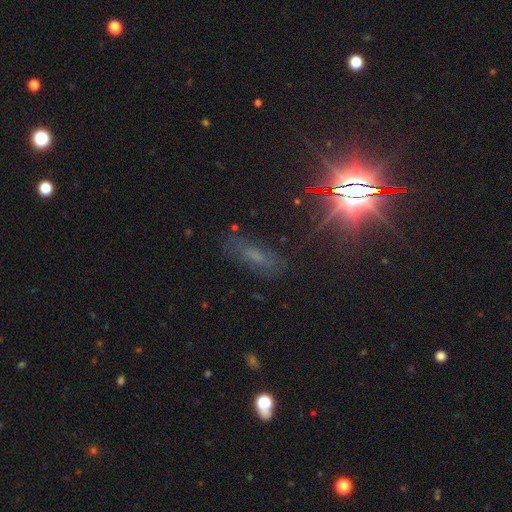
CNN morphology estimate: smooth_or_featured: star or artifact (p=0.42) [alt: smooth p=0.31]